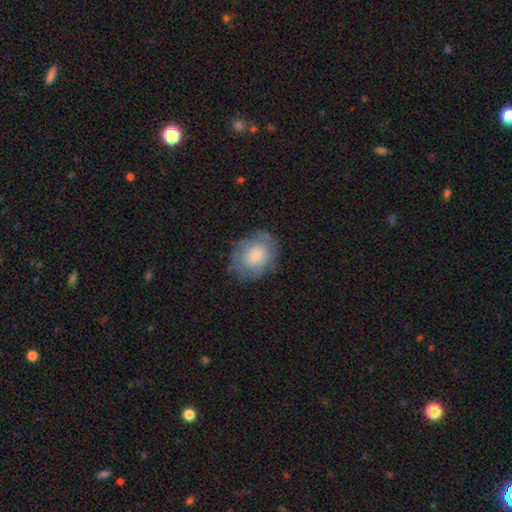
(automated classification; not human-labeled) Morphology: type=smooth (68%); roundness=in between (51%); merging=none (70%).